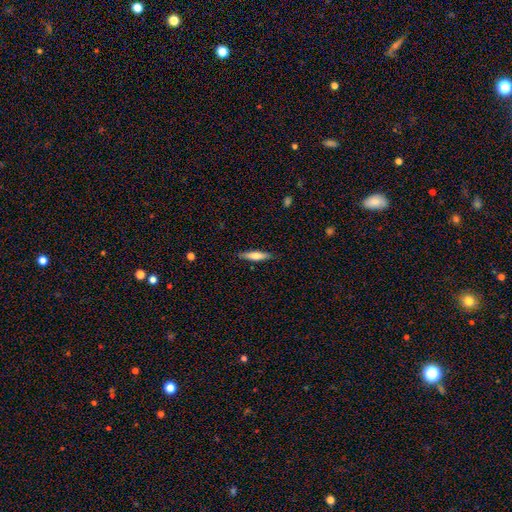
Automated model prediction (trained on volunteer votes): A smooth galaxy with no disk features (65%) that is cigar-shaped (79%). Merging: none (87%).